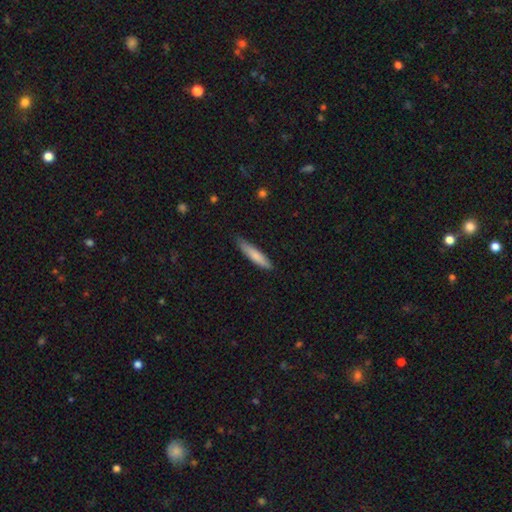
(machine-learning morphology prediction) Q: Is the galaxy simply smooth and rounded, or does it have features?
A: smooth — 78%.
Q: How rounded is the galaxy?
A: cigar-shaped — 86%.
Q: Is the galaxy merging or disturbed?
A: none — 78%.